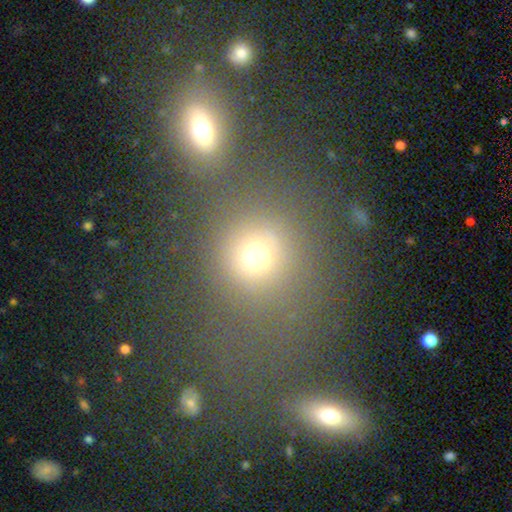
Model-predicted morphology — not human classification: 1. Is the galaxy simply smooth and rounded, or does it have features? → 70% smooth, 20% star or artifact, 10% featured or disk.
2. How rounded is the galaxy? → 83% round, 15% in between, 2% cigar-shaped.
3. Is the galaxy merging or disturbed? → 66% none, 16% merger, 10% minor disturbance, 8% major disturbance.